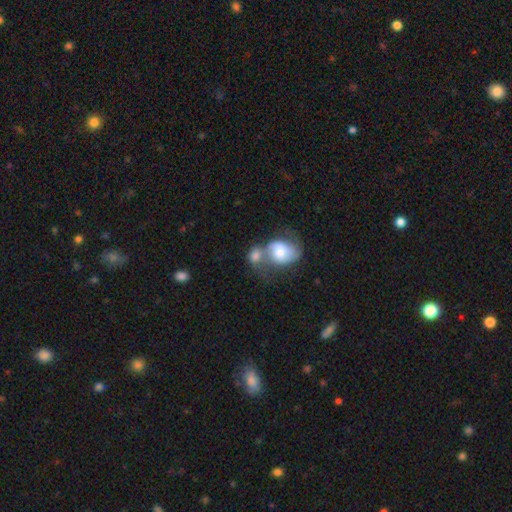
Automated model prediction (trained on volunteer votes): Smooth or featured?
  - smooth: 54% *
  - featured or disk: 37%
  - star or artifact: 9%
How rounded?
  - in between: 58% *
  - round: 40%
  - cigar-shaped: 2%
Merging?
  - merger: 61% *
  - none: 19%
  - minor disturbance: 10%
  - major disturbance: 10%